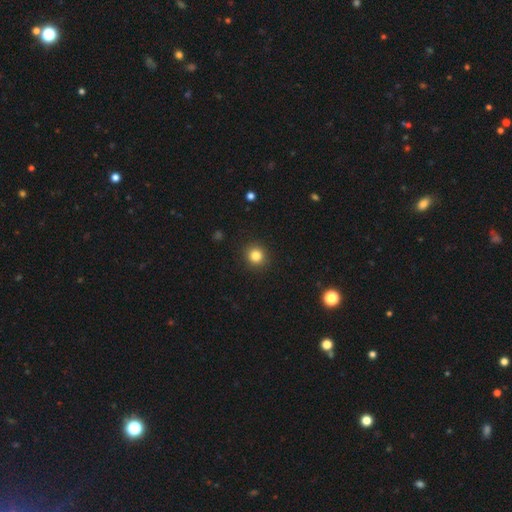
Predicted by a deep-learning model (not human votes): Q: Smooth or featured?
A: smooth (83%); runner-up: star or artifact (12%)
Q: How rounded?
A: round (93%); runner-up: in between (6%)
Q: Merging?
A: none (92%); runner-up: minor disturbance (5%)